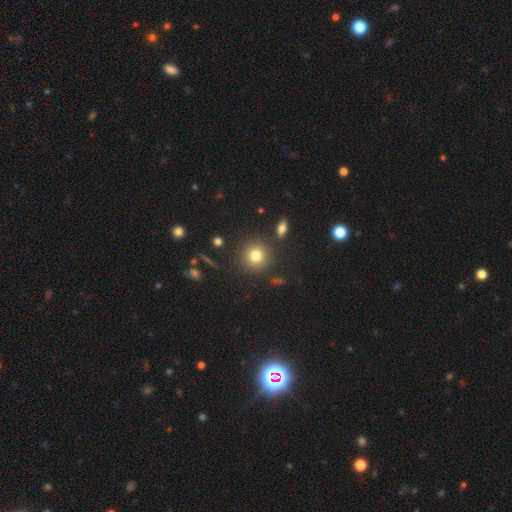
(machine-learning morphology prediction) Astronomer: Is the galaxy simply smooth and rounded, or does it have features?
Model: smooth — 79%.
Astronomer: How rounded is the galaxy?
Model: round — 92%.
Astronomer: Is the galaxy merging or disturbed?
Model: none — 86%.